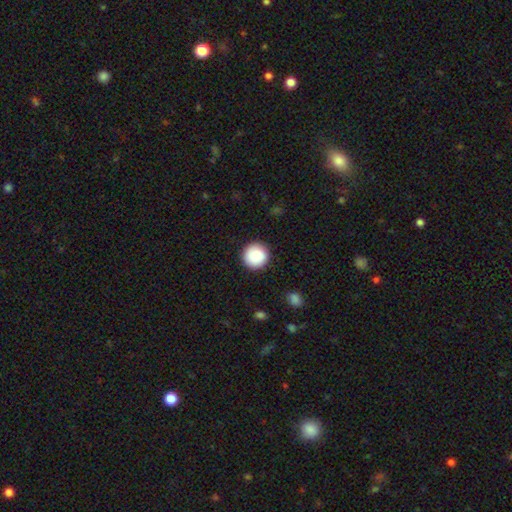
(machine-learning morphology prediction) Smooth or featured?
  - smooth: 87% *
  - star or artifact: 8%
  - featured or disk: 5%
How rounded?
  - round: 95% *
  - in between: 4%
  - cigar-shaped: 1%
Merging?
  - none: 91% *
  - minor disturbance: 6%
  - major disturbance: 2%
  - merger: 1%